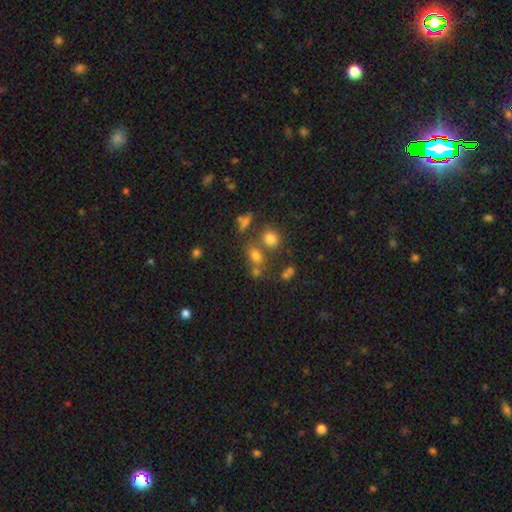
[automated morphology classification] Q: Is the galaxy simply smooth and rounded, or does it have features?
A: smooth — 70%.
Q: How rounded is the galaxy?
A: in between — 59%.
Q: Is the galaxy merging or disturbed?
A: none — 53%.